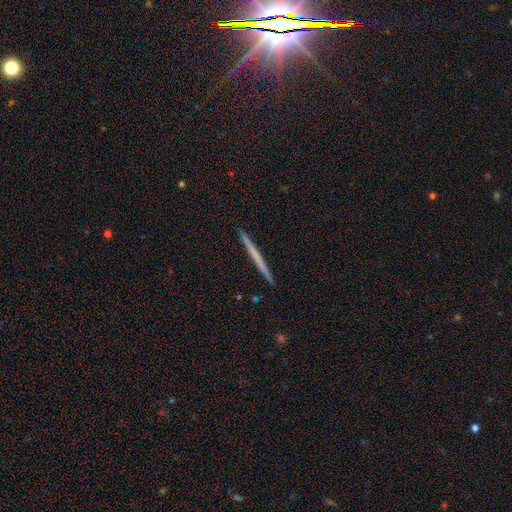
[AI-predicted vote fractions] Q: Smooth or featured?
A: smooth (48%); runner-up: featured or disk (46%)
Q: Merging?
A: none (93%); runner-up: minor disturbance (5%)